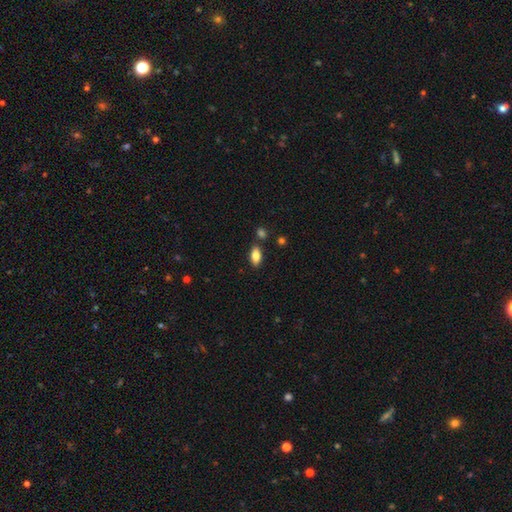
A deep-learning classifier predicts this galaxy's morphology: Smooth or featured?
  - smooth: 83% *
  - featured or disk: 10%
  - star or artifact: 7%
How rounded?
  - in between: 88% *
  - cigar-shaped: 9%
  - round: 3%
Merging?
  - none: 81% *
  - minor disturbance: 11%
  - merger: 6%
  - major disturbance: 2%